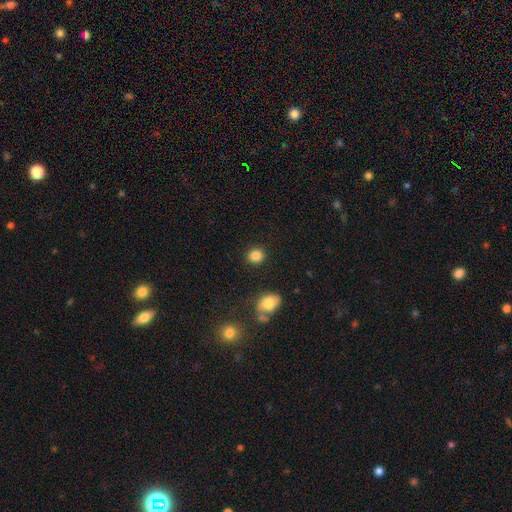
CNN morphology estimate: Smooth or featured: smooth — 85% (star or artifact — 10%)
How rounded: round — 87% (in between — 12%)
Merging: none — 89% (minor disturbance — 6%)